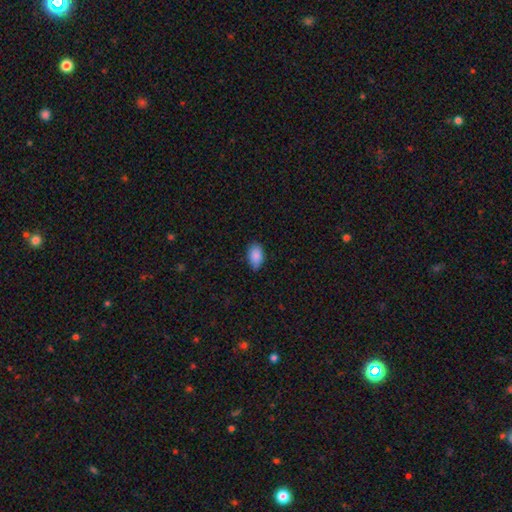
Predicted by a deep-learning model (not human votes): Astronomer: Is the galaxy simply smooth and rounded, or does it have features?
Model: smooth — 88%.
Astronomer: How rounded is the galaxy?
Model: in between — 91%.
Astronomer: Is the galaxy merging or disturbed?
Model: none — 75%.